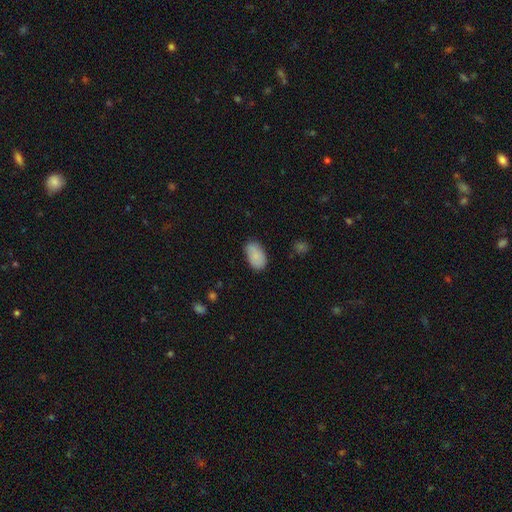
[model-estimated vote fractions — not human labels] Smooth or featured? smooth (85%)
How rounded? in between (93%)
Merging? none (72%)